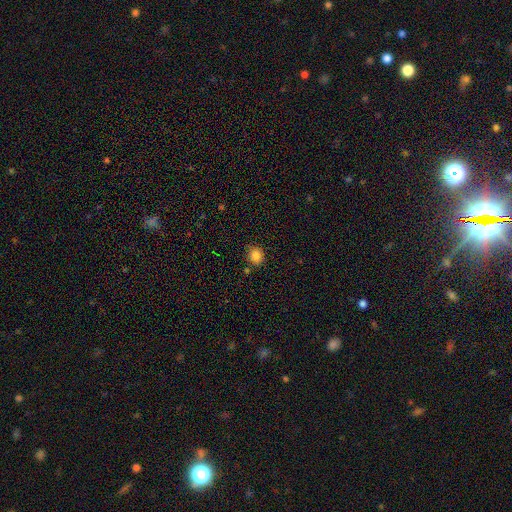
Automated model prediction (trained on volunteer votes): smooth-or-featured: smooth: 85% | star or artifact: 11% | featured or disk: 4%
  how-rounded: round: 73% | in between: 26% | cigar-shaped: 1%
  merging: none: 80% | minor disturbance: 12% | merger: 5% | major disturbance: 3%